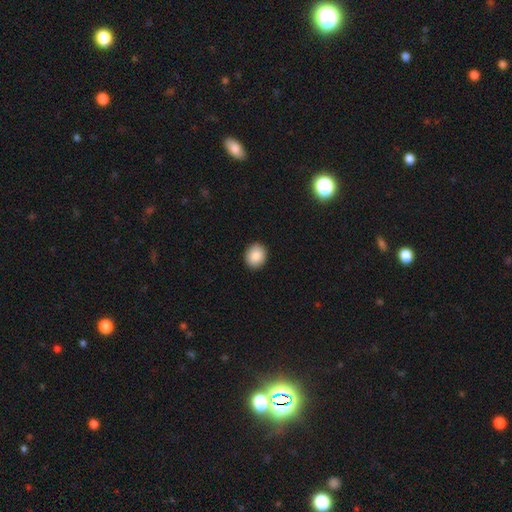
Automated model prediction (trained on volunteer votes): Smooth or featured? Predicted: smooth (p=0.88). How rounded? Predicted: round (p=0.70). Merging? Predicted: none (p=0.91).